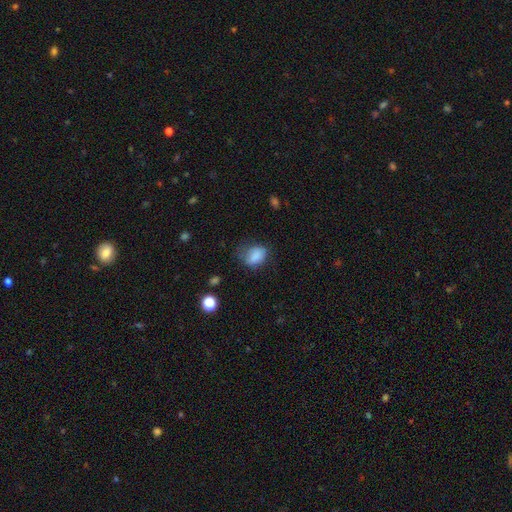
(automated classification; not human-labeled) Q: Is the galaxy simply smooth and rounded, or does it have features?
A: smooth — 82%.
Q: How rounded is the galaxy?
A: in between — 65%.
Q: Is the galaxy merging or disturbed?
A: none — 49%.